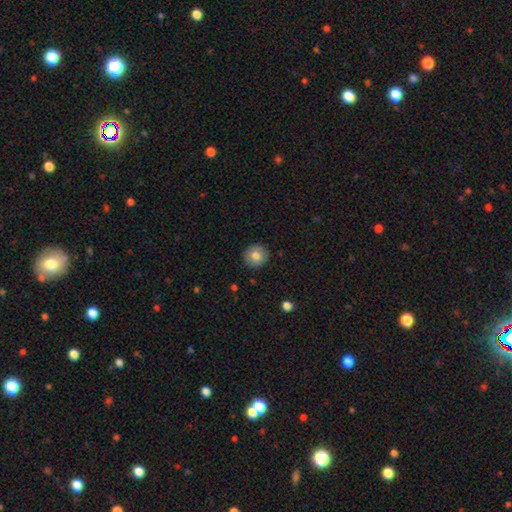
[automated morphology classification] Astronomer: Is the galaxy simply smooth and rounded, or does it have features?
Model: smooth — 78%.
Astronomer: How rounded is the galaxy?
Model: round — 92%.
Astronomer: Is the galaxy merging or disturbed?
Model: none — 90%.